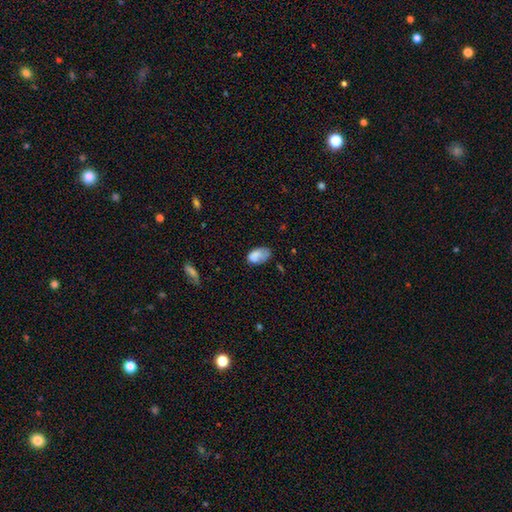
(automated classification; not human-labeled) Smooth or featured: smooth — 78% (featured or disk — 13%)
How rounded: in between — 91% (round — 8%)
Merging: none — 53% (minor disturbance — 31%)